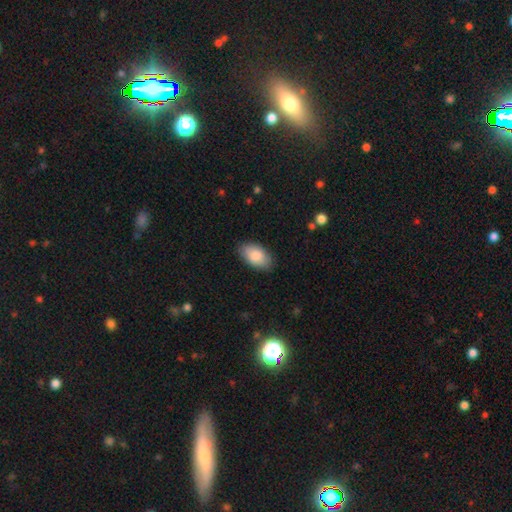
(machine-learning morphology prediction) smooth 86%, featured or disk 8%, star or artifact 6%. Down the decision tree: how rounded — in between (94%); merging — none (85%).